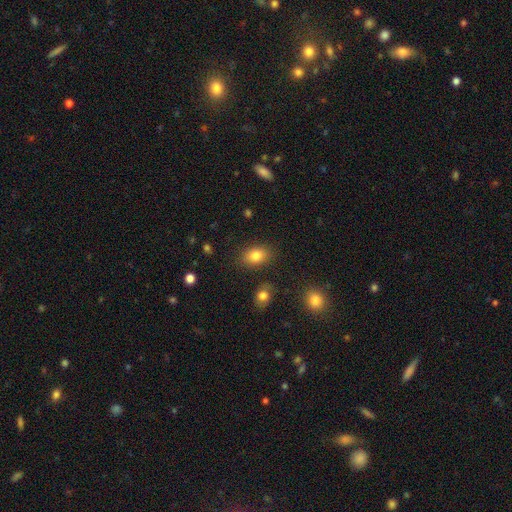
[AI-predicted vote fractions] This appears to be a smooth galaxy with no disk features (82%) that is in between round and cigar-shaped (80%). Merging: none (85%).